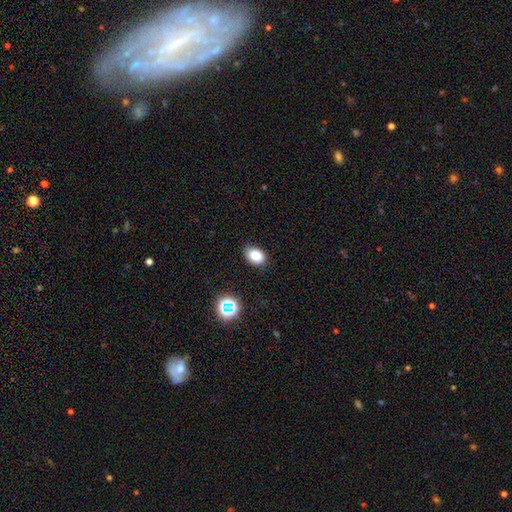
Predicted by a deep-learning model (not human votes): smooth_or_featured: smooth (p=0.82) [alt: star or artifact p=0.12]
how_rounded: in between (p=0.78) [alt: round p=0.21]
merging: none (p=0.77) [alt: minor disturbance p=0.17]